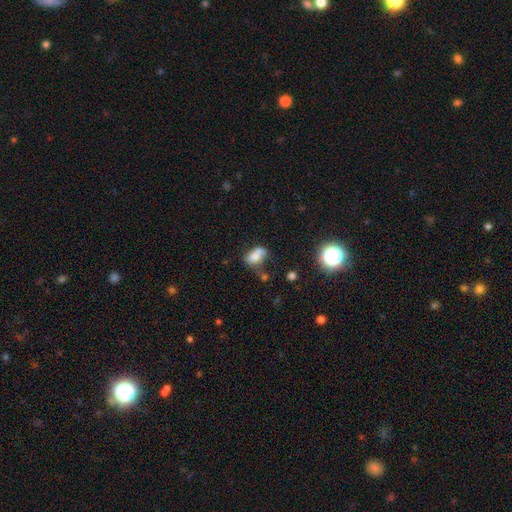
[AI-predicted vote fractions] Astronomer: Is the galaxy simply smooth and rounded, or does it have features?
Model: smooth — 69%.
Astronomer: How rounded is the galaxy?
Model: in between — 84%.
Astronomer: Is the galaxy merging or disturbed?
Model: none — 29%, tied with merger at 29%.